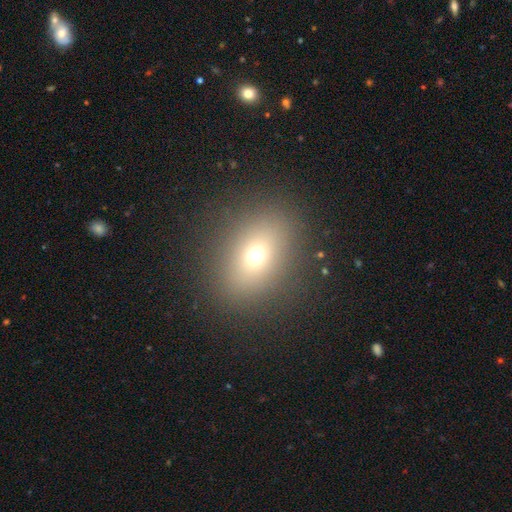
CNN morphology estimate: Smooth or featured?
  - smooth: 68% *
  - star or artifact: 18%
  - featured or disk: 15%
How rounded?
  - in between: 54% *
  - round: 44%
  - cigar-shaped: 2%
Merging?
  - none: 87% *
  - minor disturbance: 8%
  - major disturbance: 4%
  - merger: 1%